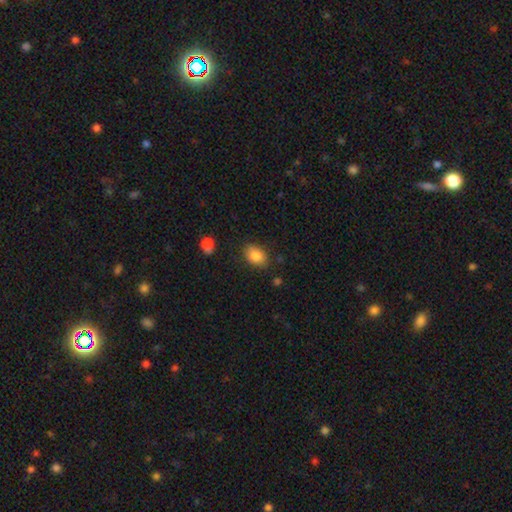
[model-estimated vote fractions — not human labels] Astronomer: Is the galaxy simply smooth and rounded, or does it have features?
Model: smooth — 85%.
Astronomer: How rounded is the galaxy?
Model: in between — 81%.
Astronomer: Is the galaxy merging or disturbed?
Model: none — 82%.